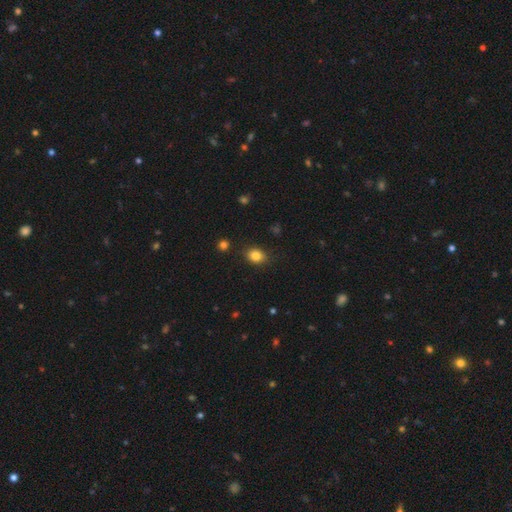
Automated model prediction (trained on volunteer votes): Overall: smooth (84%). How rounded: in between (56%; round 43%). Merging: none (82%).